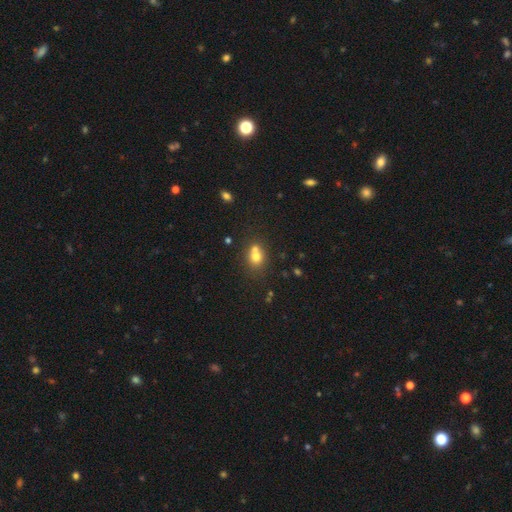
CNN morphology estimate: Smooth or featured: smooth — 71% (featured or disk — 16%)
How rounded: round — 61% (in between — 38%)
Merging: merger — 48% (none — 38%)